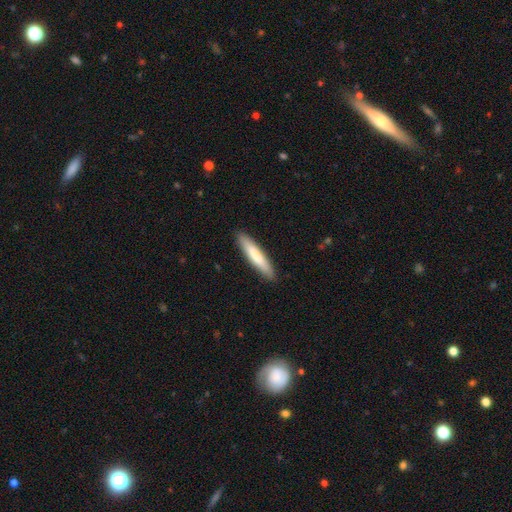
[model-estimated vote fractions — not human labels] Overall: smooth (75%). How rounded: cigar-shaped (88%). Merging: none (90%).